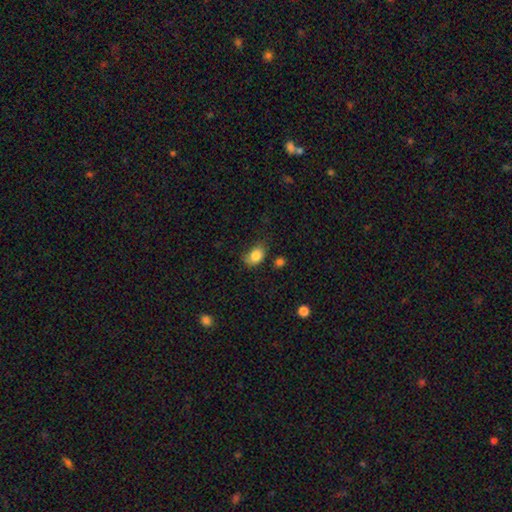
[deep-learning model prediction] The model was most divided on "merging": none: 53%, minor disturbance: 33%, major disturbance: 10%, merger: 3%. More confident: smooth or featured — smooth (83%); how rounded — in between (72%).